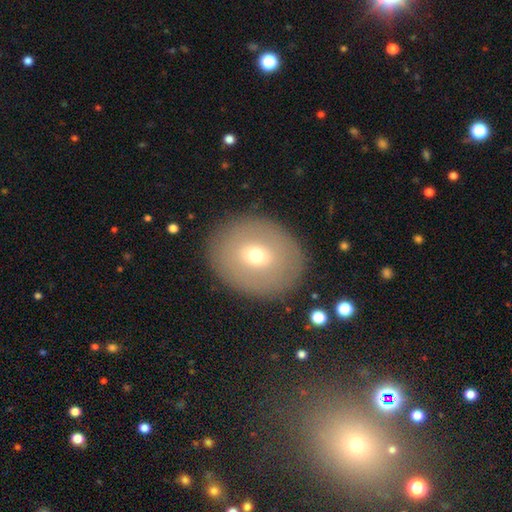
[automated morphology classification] smooth 60%, featured or disk 30%, star or artifact 10%. Down the decision tree: how rounded — round (61%); merging — none (86%).